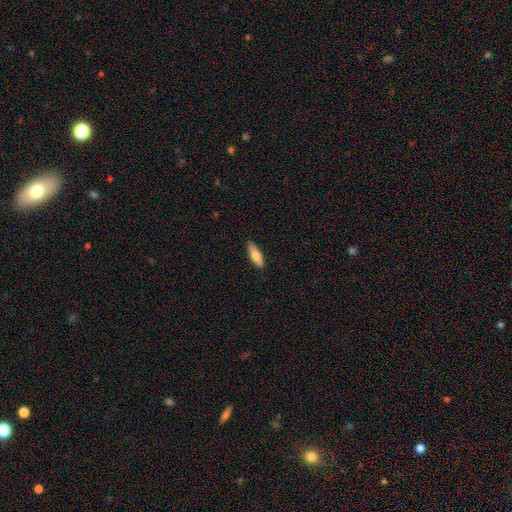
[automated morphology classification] A smooth galaxy with no disk features (76%) that is in between round and cigar-shaped (49%, tied with cigar-shaped).

Vote fractions:
- Smooth or featured? smooth: 76% / featured or disk: 19% / star or artifact: 6%
- How rounded? in between: 49% (tied) / cigar-shaped: 49% (tied) / round: 2%
- Merging? none: 87% / minor disturbance: 11% / major disturbance: 2% / merger: 1%